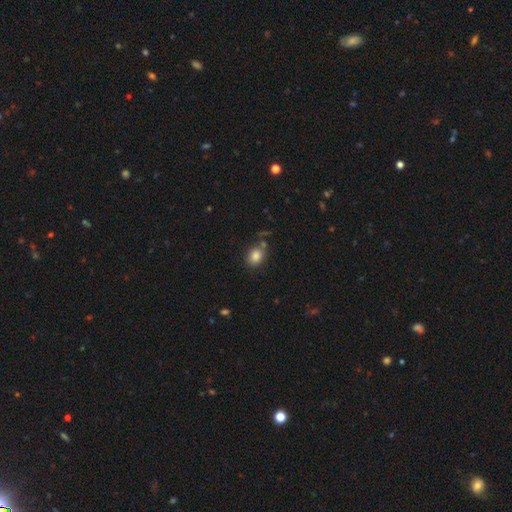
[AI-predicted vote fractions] A smooth galaxy with no disk features (84%) that is round (50%).

Vote fractions:
- Smooth or featured? smooth: 84% / star or artifact: 10% / featured or disk: 5%
- How rounded? round: 50% / in between: 49% / cigar-shaped: 1%
- Merging? none: 71% / minor disturbance: 14% / merger: 10% / major disturbance: 5%